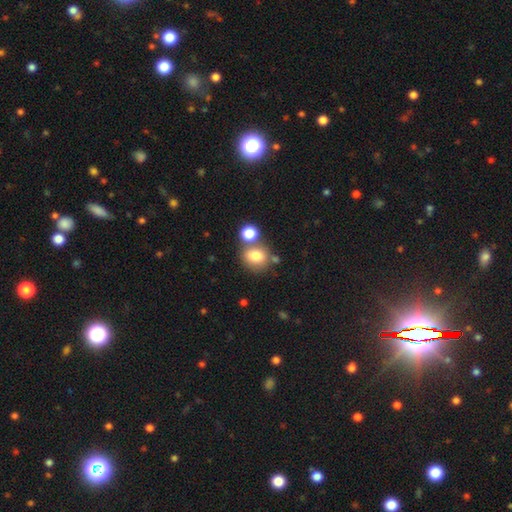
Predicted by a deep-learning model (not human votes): This is likely a smooth galaxy (77%). How rounded: likely round (69%). Merging: possibly none (58%).